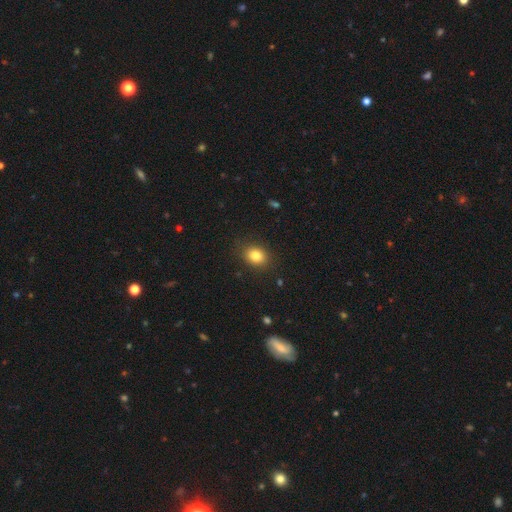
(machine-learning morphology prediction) smooth_or_featured: smooth (p=0.82) [alt: star or artifact p=0.10]
how_rounded: in between (p=0.55) [alt: round p=0.44]
merging: none (p=0.86) [alt: minor disturbance p=0.10]